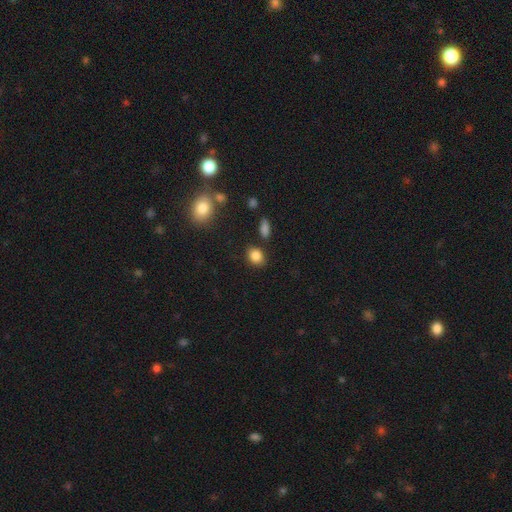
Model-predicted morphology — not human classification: smooth_or_featured: smooth (p=0.85) [alt: star or artifact p=0.10]
how_rounded: in between (p=0.52) [alt: round p=0.46]
merging: none (p=0.78) [alt: minor disturbance p=0.13]